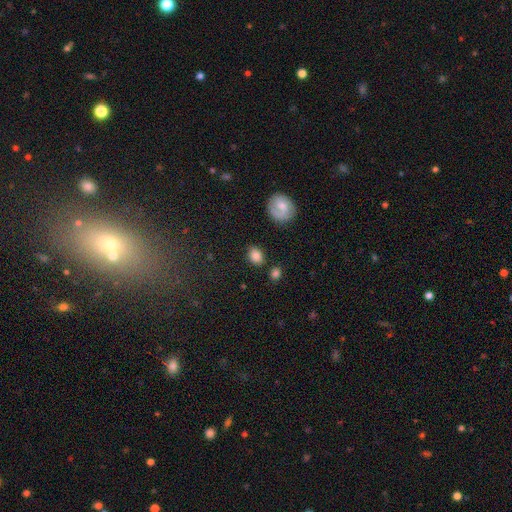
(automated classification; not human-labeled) The model was most divided on "how rounded": in between: 62%, round: 37%, cigar-shaped: 1%. More confident: smooth or featured — smooth (84%); merging — none (82%).